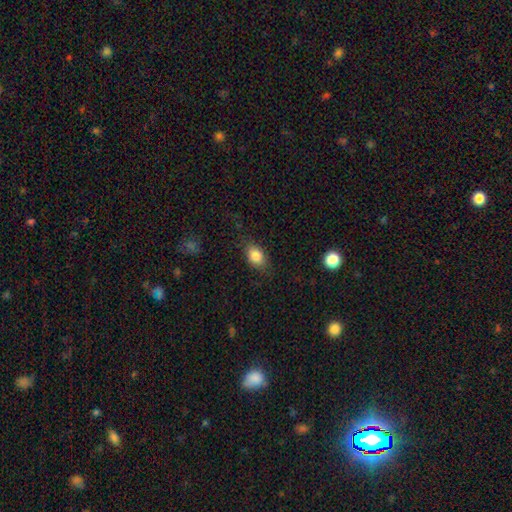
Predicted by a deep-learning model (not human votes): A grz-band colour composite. It shows a smooth galaxy with no disk features (83%) that is in between round and cigar-shaped (80%). Merging: none (77%).